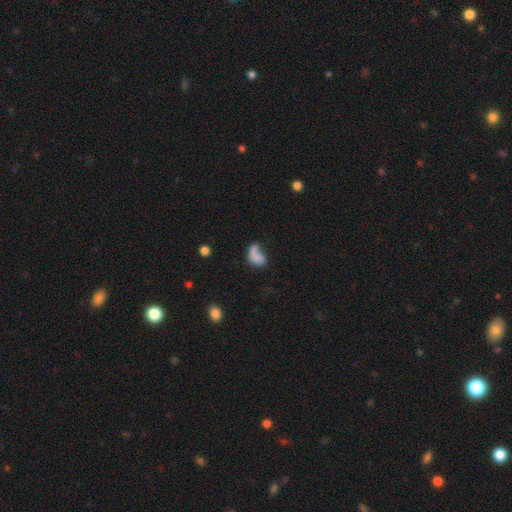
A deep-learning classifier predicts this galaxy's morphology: Smooth or featured?
  - smooth: 62% *
  - featured or disk: 27%
  - star or artifact: 10%
How rounded?
  - in between: 76% *
  - round: 21%
  - cigar-shaped: 3%
Merging?
  - major disturbance: 33% *
  - none: 31%
  - merger: 19%
  - minor disturbance: 17%